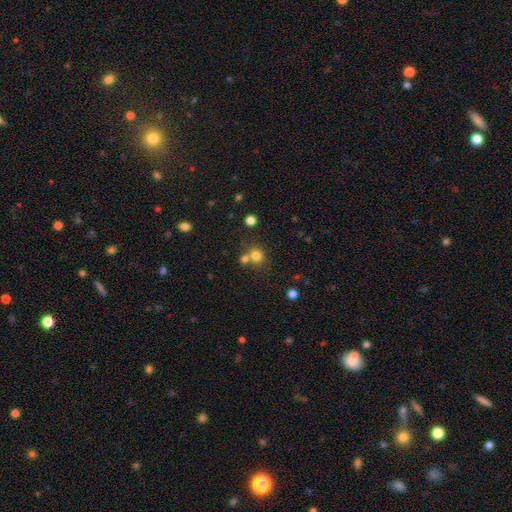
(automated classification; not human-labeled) Smooth or featured? smooth (77%)
How rounded? round (82%)
Merging? none (56%)